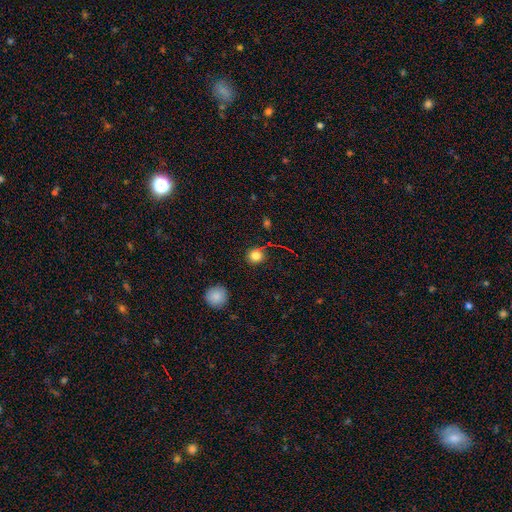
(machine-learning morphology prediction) A smooth galaxy with no disk features (81%) that is round (89%).

Vote fractions:
- Smooth or featured? smooth: 81% / star or artifact: 13% / featured or disk: 6%
- How rounded? round: 89% / in between: 9% / cigar-shaped: 1%
- Merging? none: 80% / minor disturbance: 12% / major disturbance: 5% / merger: 3%